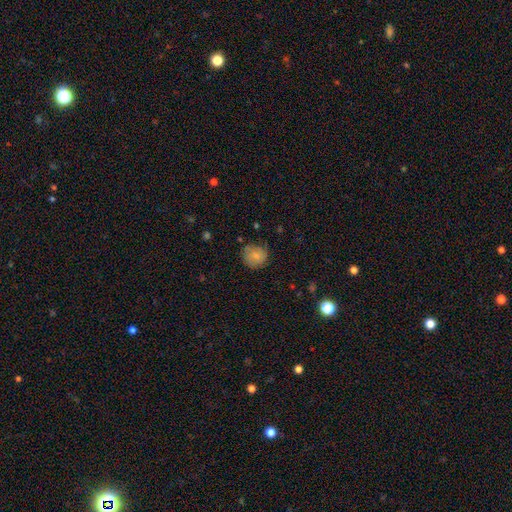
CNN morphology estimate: The model was most divided on "merging": none: 74%, minor disturbance: 20%, major disturbance: 5%, merger: 2%. More confident: how rounded — round (86%); smooth or featured — smooth (79%).